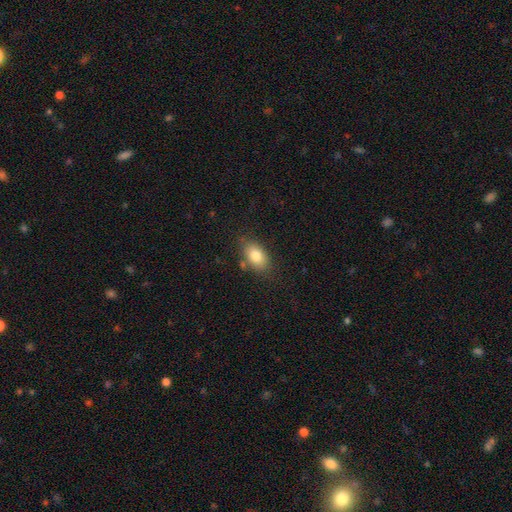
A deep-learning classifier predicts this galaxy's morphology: Smooth or featured? smooth (80%)
How rounded? in between (88%)
Merging? none (76%)